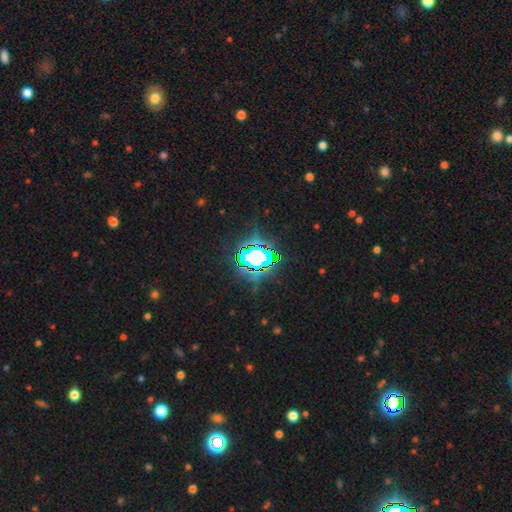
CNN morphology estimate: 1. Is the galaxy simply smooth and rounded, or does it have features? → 71% star or artifact, 16% smooth, 13% featured or disk.